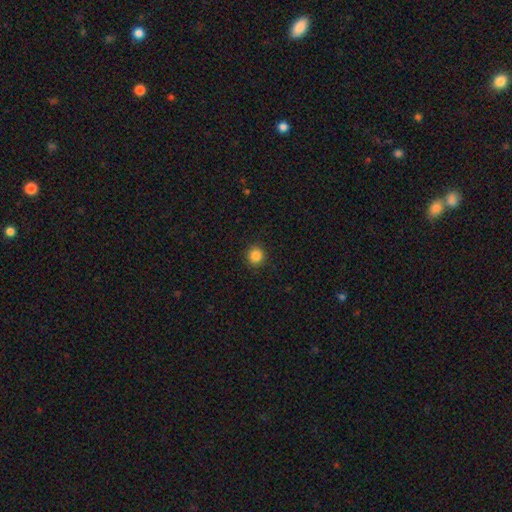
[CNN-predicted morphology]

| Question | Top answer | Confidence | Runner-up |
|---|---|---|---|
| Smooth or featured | smooth | 86% | star or artifact (11%) |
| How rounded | round | 93% | in between (6%) |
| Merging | none | 91% | minor disturbance (6%) |